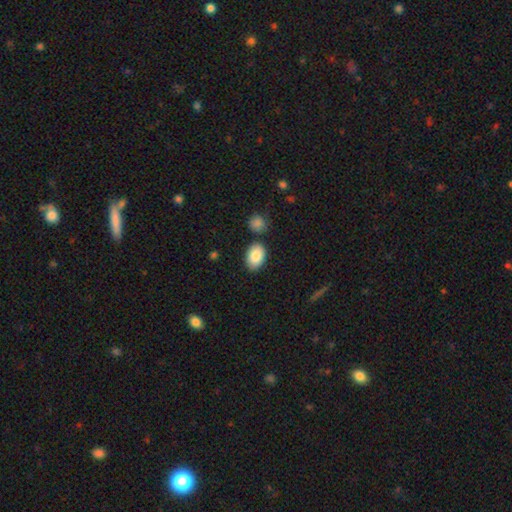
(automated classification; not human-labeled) Smooth or featured? smooth (88%)
How rounded? in between (88%)
Merging? none (81%)